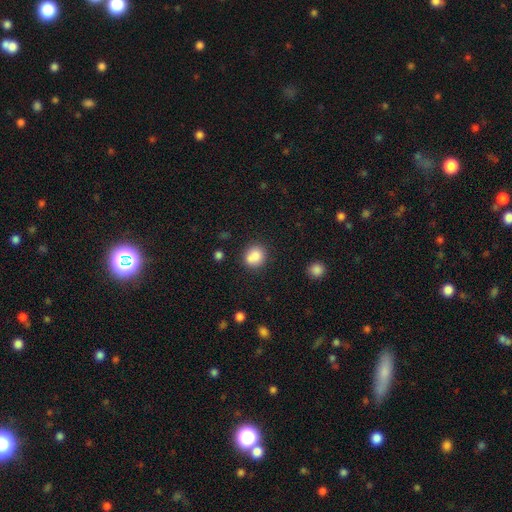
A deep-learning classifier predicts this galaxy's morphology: Smooth or featured?
  - smooth: 84% *
  - star or artifact: 10%
  - featured or disk: 6%
How rounded?
  - round: 75% *
  - in between: 24%
  - cigar-shaped: 1%
Merging?
  - none: 71% *
  - minor disturbance: 15%
  - merger: 10%
  - major disturbance: 4%